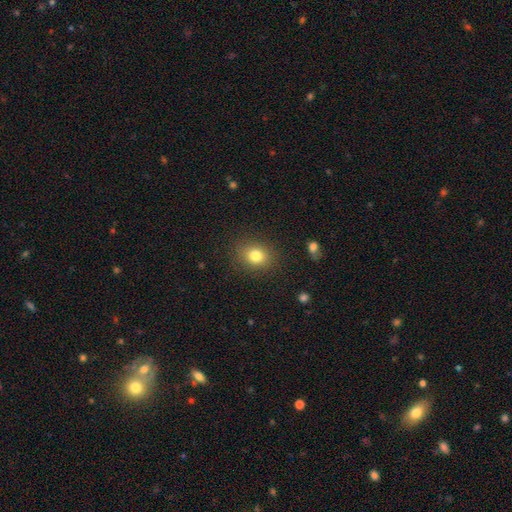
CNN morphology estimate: type=smooth (80%); roundness=round (58%); merging=none (86%).